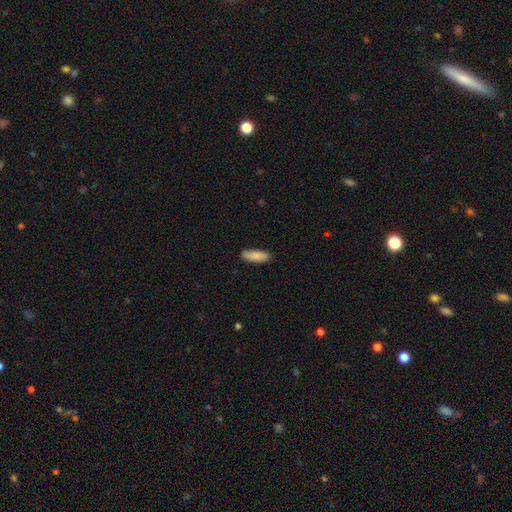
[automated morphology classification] Overall: smooth (86%). How rounded: in between (57%; cigar-shaped 41%). Merging: none (84%).